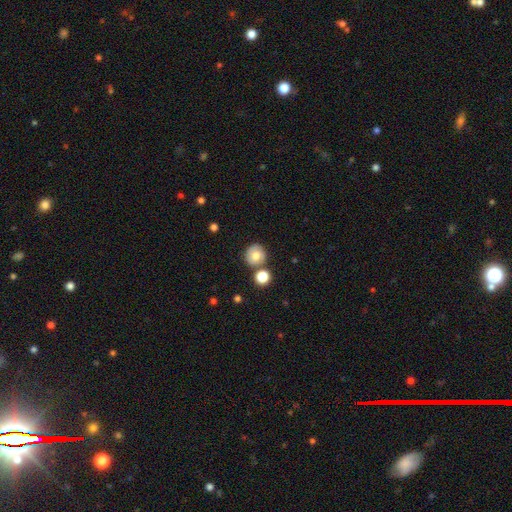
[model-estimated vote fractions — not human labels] This is likely a smooth galaxy (64%). How rounded: clearly round (88%). Merging: likely none (71%).